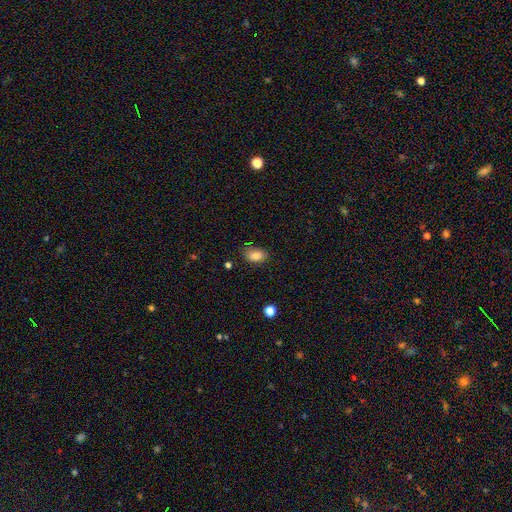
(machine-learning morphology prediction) The model was most divided on "merging": none: 75%, minor disturbance: 19%, major disturbance: 4%, merger: 2%. More confident: how rounded — in between (85%); smooth or featured — smooth (85%).